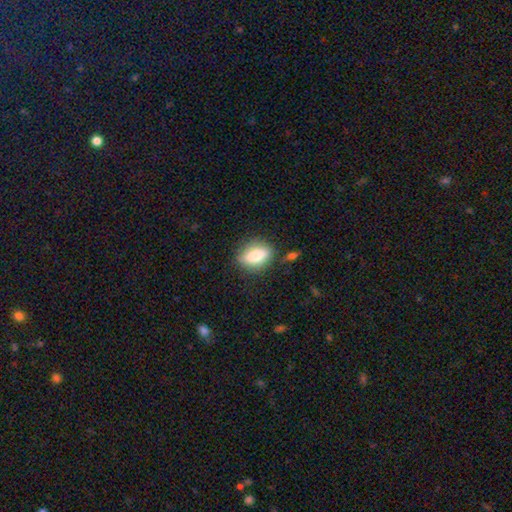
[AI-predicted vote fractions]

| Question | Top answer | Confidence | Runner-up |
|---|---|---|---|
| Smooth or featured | smooth | 76% | featured or disk (17%) |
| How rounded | in between | 75% | round (15%) |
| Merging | none | 78% | minor disturbance (14%) |